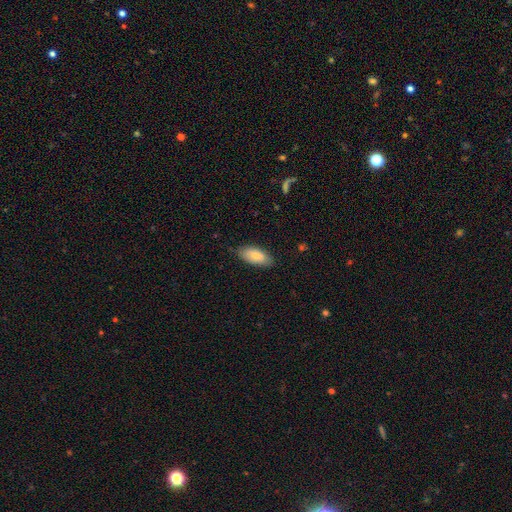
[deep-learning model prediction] Morphology: type=smooth (82%); roundness=in between (89%); merging=none (82%).